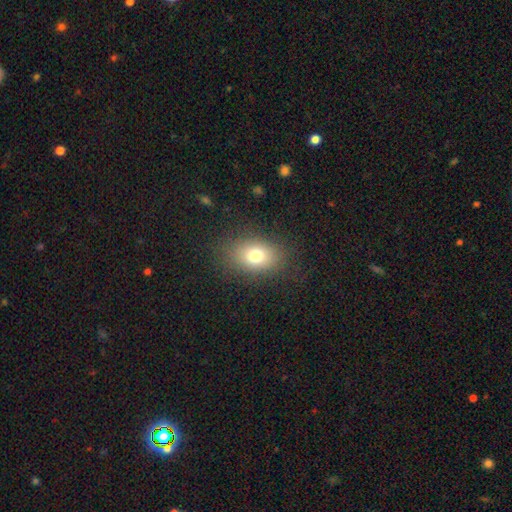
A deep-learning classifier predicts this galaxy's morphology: Smooth or featured? smooth (75%)
How rounded? in between (71%)
Merging? none (82%)